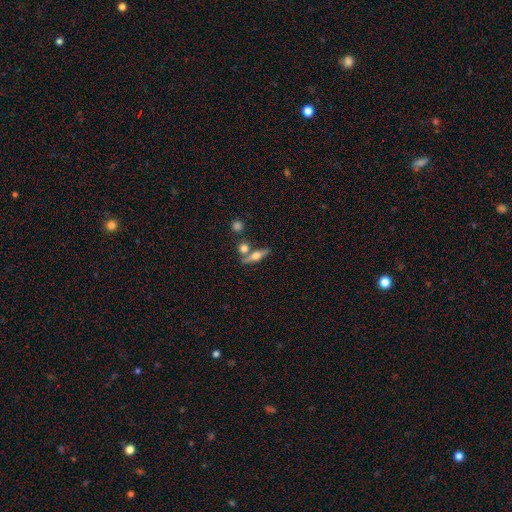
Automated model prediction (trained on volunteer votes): Morphology: type=featured or disk (59%); edge-on=yes (93%); edge-on bulge=rounded (95%); merging=none (69%).